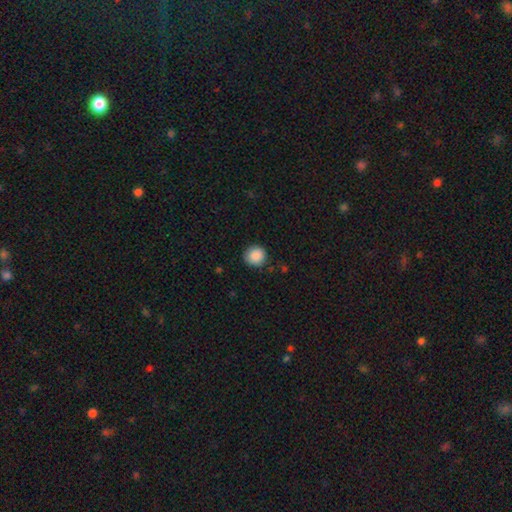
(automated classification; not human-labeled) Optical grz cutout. It shows a smooth galaxy with no disk features (89%) that is round (93%). Merging: none (88%).